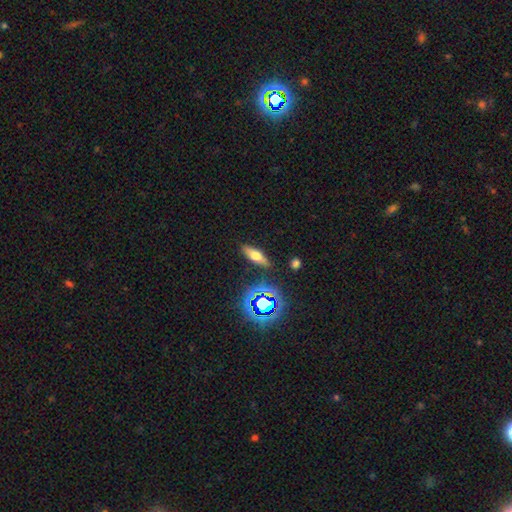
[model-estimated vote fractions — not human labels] Smooth or featured? smooth (50%)
Merging? none (86%)